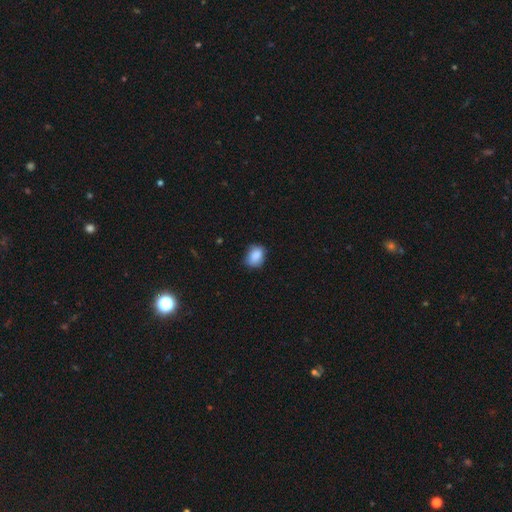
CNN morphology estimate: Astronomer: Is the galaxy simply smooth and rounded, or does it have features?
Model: smooth — 86%.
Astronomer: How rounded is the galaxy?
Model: in between — 65%.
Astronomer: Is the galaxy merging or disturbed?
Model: none — 68%.